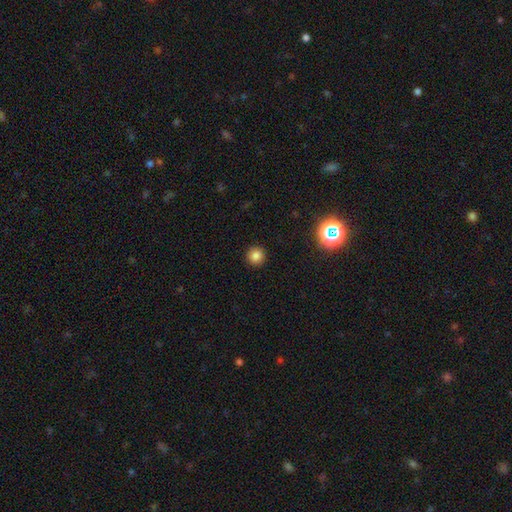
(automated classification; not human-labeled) Smooth or featured?
  - smooth: 82% *
  - star or artifact: 13%
  - featured or disk: 5%
How rounded?
  - round: 94% *
  - in between: 5%
  - cigar-shaped: 1%
Merging?
  - none: 92% *
  - minor disturbance: 5%
  - major disturbance: 2%
  - merger: 1%